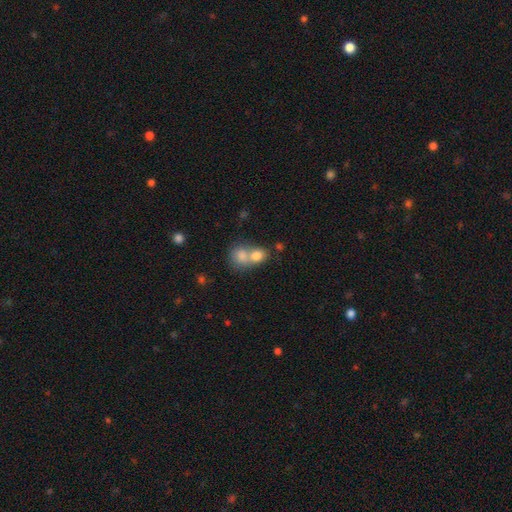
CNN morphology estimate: The model was most divided on "how rounded": round: 55%, in between: 43%, cigar-shaped: 1%. More confident: smooth or featured — smooth (79%); merging — merger (69%).